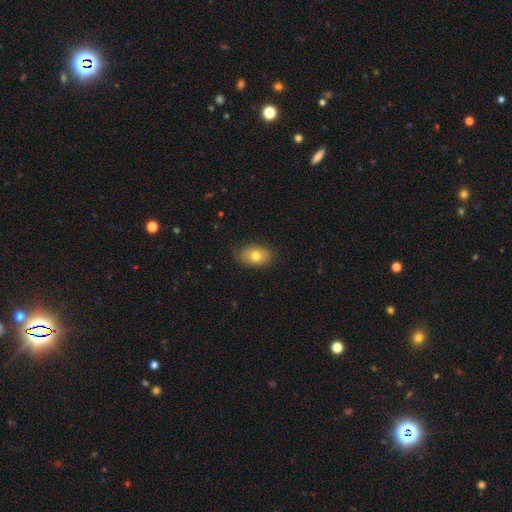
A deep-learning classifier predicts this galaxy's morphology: This is likely a smooth galaxy (75%). How rounded: clearly in between (81%). Merging: likely none (78%).